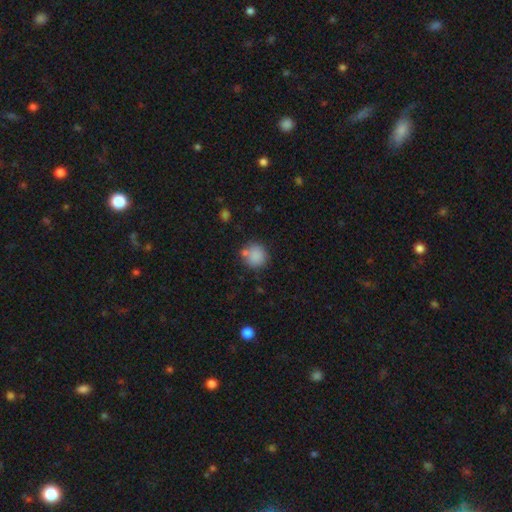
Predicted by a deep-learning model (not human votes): smooth 84%, star or artifact 10%, featured or disk 6%. Down the decision tree: how rounded — round (89%); merging — none (70%).